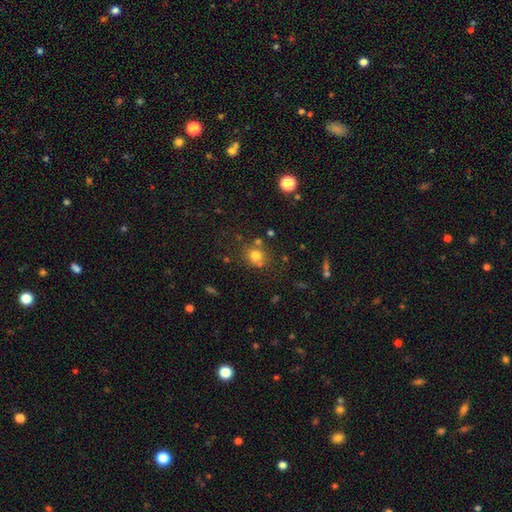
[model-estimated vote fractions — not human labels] Smooth or featured: smooth — 74% (star or artifact — 16%)
How rounded: round — 79% (in between — 20%)
Merging: none — 68% (merger — 14%)